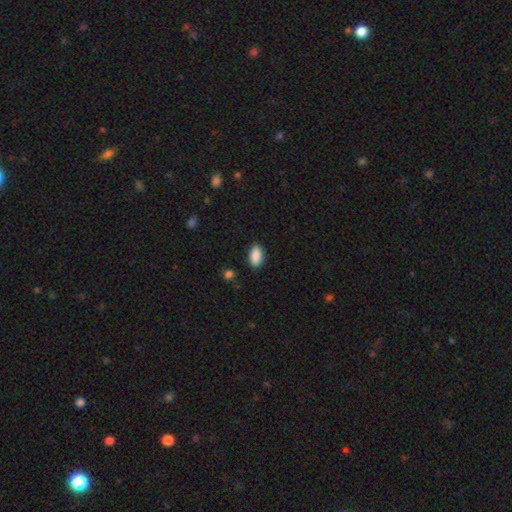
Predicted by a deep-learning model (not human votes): Smooth or featured? Predicted: smooth (p=0.90). How rounded? Predicted: in between (p=0.93). Merging? Predicted: none (p=0.87).